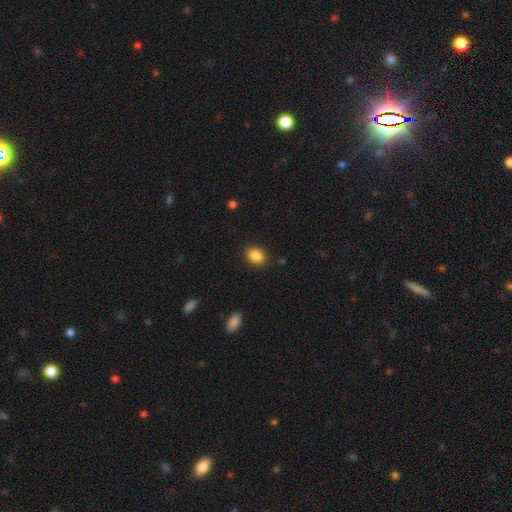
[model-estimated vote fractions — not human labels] Smooth or featured? smooth (87%)
How rounded? in between (59%)
Merging? none (88%)